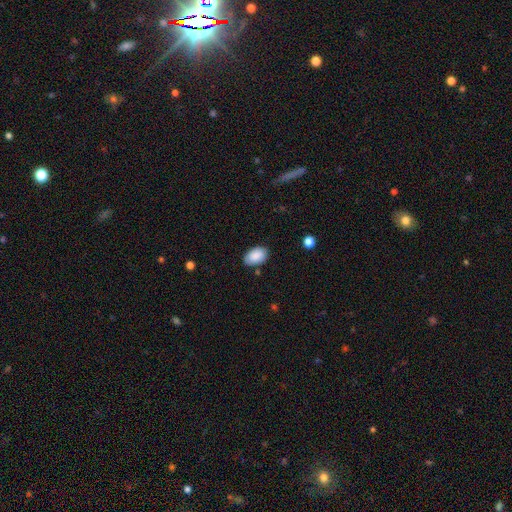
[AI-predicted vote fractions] Smooth or featured: smooth — 89% (star or artifact — 7%)
How rounded: in between — 91% (round — 8%)
Merging: none — 82% (minor disturbance — 14%)